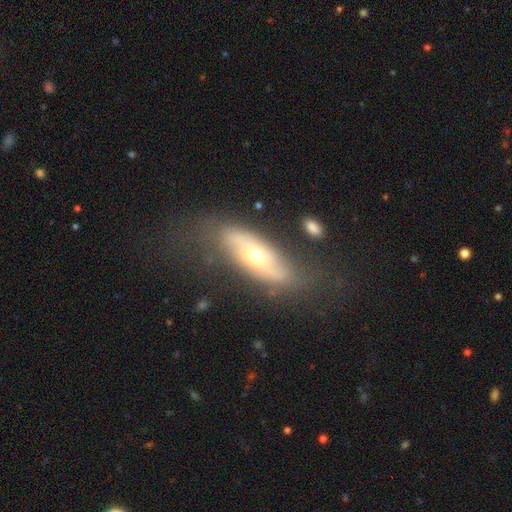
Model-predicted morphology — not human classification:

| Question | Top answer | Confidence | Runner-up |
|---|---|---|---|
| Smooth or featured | featured or disk | 61% | smooth (32%) |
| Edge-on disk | no | 77% | yes (23%) |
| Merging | none | 62% | minor disturbance (21%) |